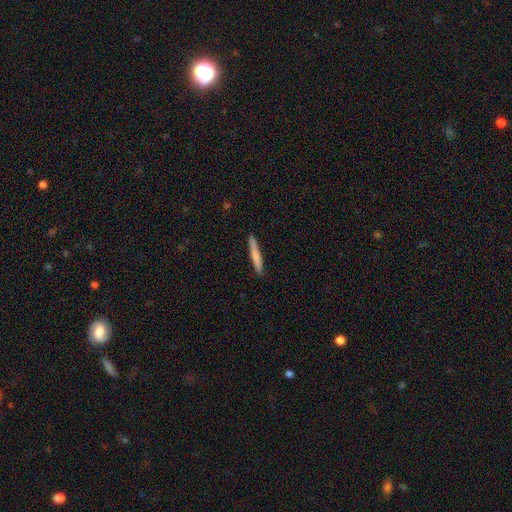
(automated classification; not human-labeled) The model was most divided on "smooth or featured": smooth: 72%, featured or disk: 22%, star or artifact: 5%. More confident: how rounded — cigar-shaped (96%); merging — none (90%).